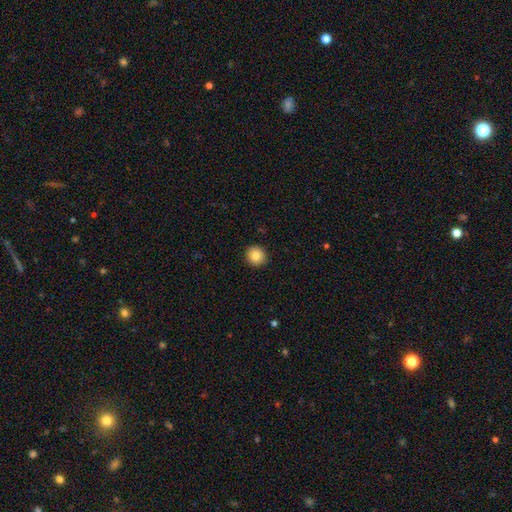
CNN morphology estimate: smooth_or_featured: smooth (p=0.85) [alt: star or artifact p=0.09]
how_rounded: round (p=0.92) [alt: in between p=0.07]
merging: none (p=0.92) [alt: minor disturbance p=0.05]